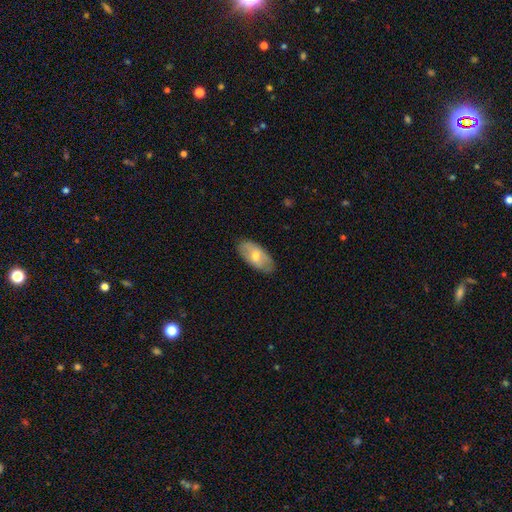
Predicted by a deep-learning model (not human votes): A smooth galaxy with no disk features (57%) that is in between round and cigar-shaped (92%). Merging: none (83%).